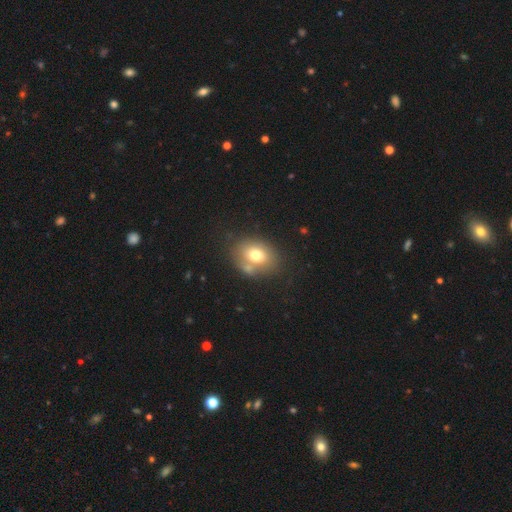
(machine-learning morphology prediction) Smooth or featured? smooth (71%)
How rounded? in between (60%)
Merging? none (62%)